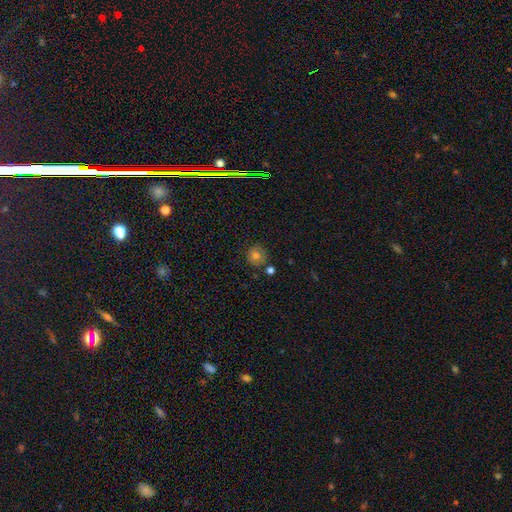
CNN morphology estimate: The model was most divided on "smooth or featured": smooth: 73%, star or artifact: 16%, featured or disk: 10%. More confident: how rounded — round (90%); merging — none (78%).